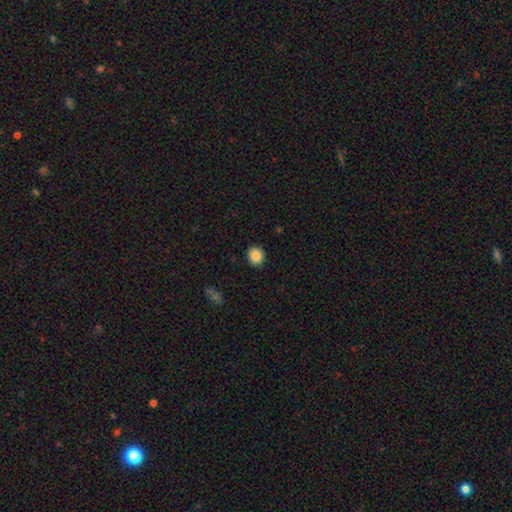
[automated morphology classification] A smooth galaxy with no disk features (87%) that is round (80%).

Vote fractions:
- Smooth or featured? smooth: 87% / star or artifact: 9% / featured or disk: 4%
- How rounded? round: 80% / in between: 19% / cigar-shaped: 1%
- Merging? none: 91% / minor disturbance: 6% / major disturbance: 2% / merger: 1%